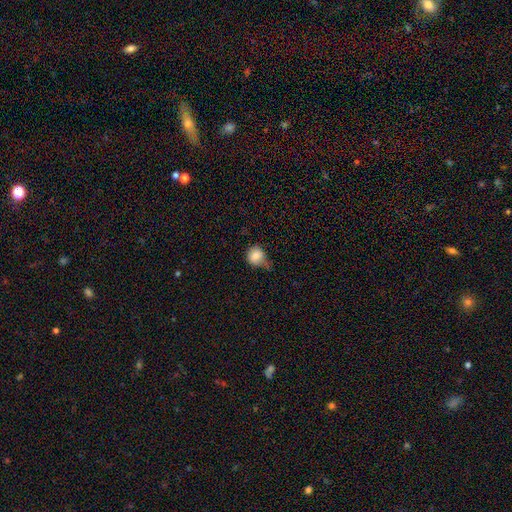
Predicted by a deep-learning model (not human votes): smooth_or_featured: smooth (p=0.81) [alt: star or artifact p=0.09]
how_rounded: round (p=0.78) [alt: in between p=0.21]
merging: minor disturbance (p=0.42) [alt: none p=0.34]